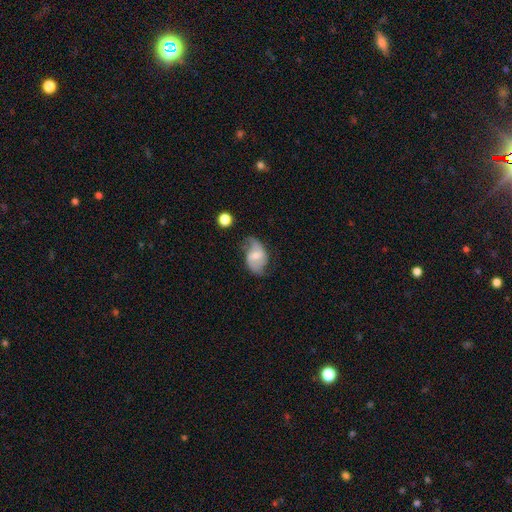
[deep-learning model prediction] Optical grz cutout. It shows a featured or disk galaxy (64%) with a weak bar (53%), 2 (85%) loose (49%) spiral arms (87%) and a moderate central bulge (47%). Merging: none (58%).